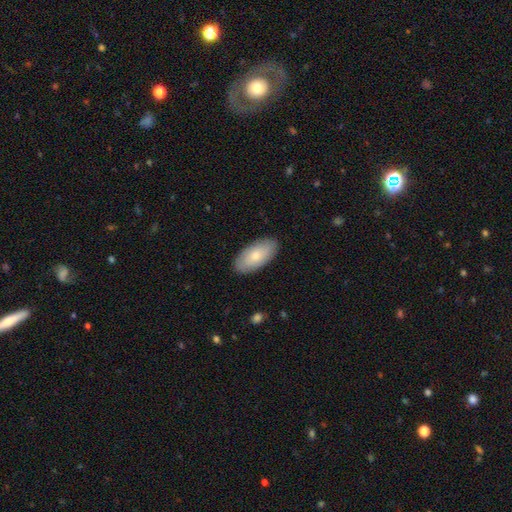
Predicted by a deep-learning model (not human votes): Smooth or featured? smooth (76%)
How rounded? in between (94%)
Merging? none (88%)